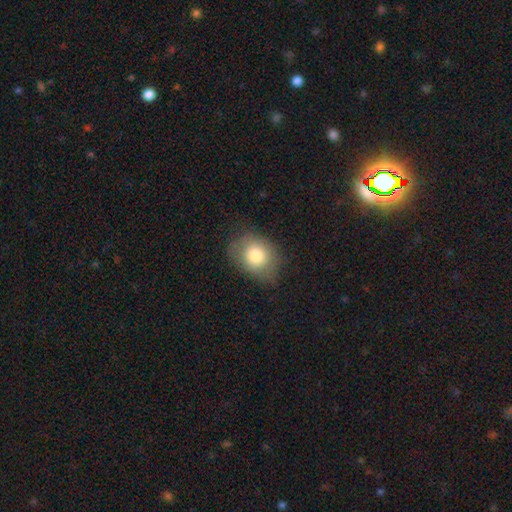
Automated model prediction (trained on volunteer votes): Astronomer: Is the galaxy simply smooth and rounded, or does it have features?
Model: smooth — 79%.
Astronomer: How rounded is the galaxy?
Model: in between — 56% (runner-up: round, 43%).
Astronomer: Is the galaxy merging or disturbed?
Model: none — 67%.